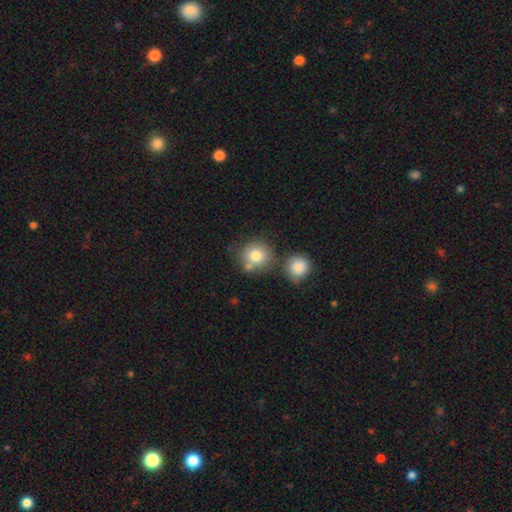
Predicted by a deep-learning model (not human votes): smooth 80%, featured or disk 11%, star or artifact 9%. Down the decision tree: how rounded — round (88%); merging — none (59%).